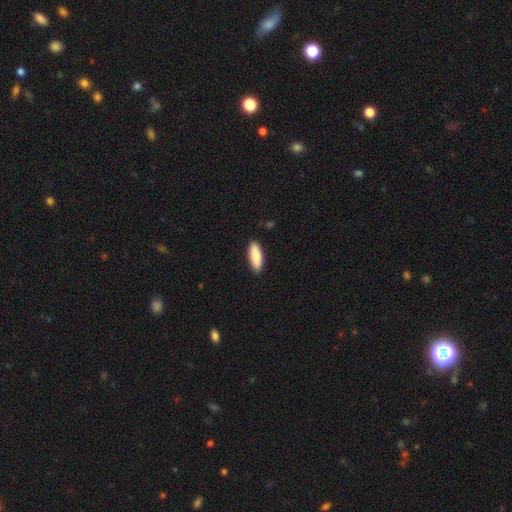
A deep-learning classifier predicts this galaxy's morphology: smooth 85%, featured or disk 9%, star or artifact 5%. Down the decision tree: how rounded — in between (64%); merging — none (89%).